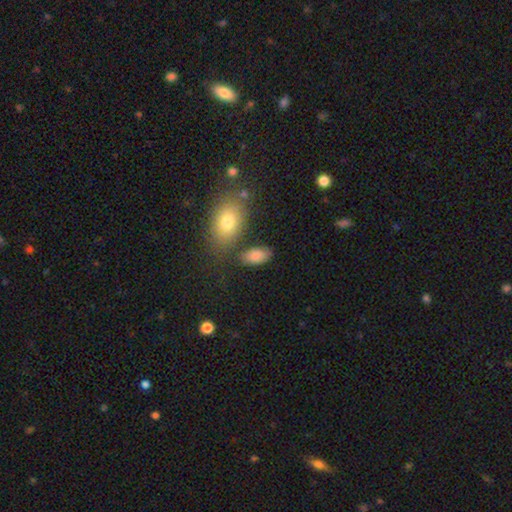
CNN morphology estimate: Q: Smooth or featured?
A: smooth (82%); runner-up: featured or disk (9%)
Q: How rounded?
A: in between (92%); runner-up: round (5%)
Q: Merging?
A: none (71%); runner-up: minor disturbance (15%)